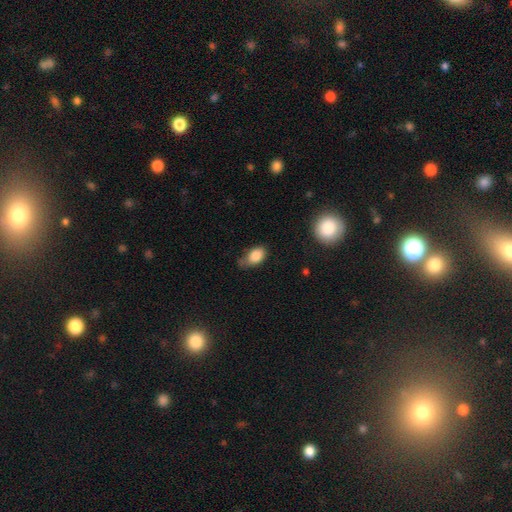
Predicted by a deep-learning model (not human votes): Morphology: type=smooth (84%); roundness=in between (86%); merging=none (44%).